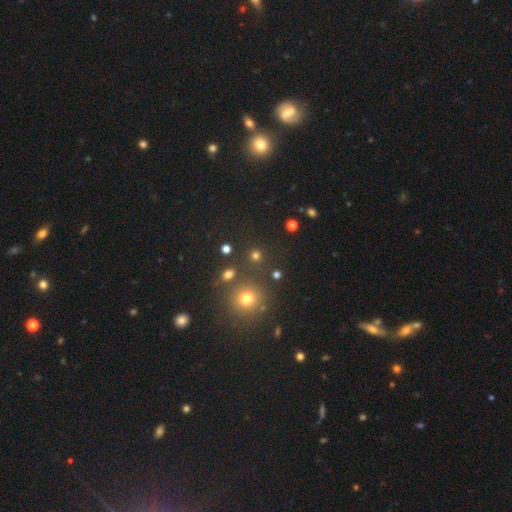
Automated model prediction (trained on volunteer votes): Q: Smooth or featured?
A: smooth (71%); runner-up: star or artifact (23%)
Q: How rounded?
A: round (92%); runner-up: in between (7%)
Q: Merging?
A: none (84%); runner-up: minor disturbance (7%)